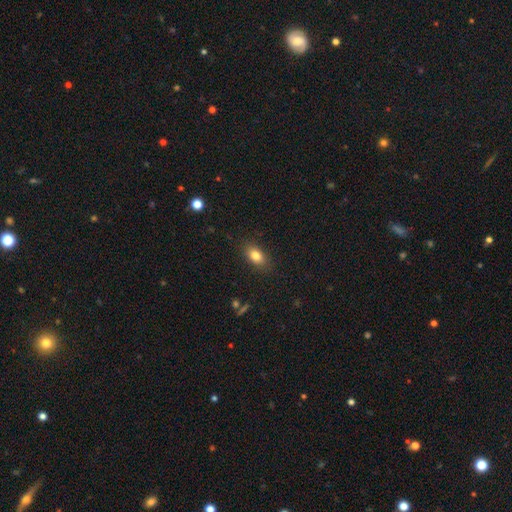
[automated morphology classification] smooth-or-featured: smooth: 82% | star or artifact: 9% | featured or disk: 9%
  how-rounded: in between: 84% | round: 12% | cigar-shaped: 4%
  merging: none: 86% | minor disturbance: 11% | major disturbance: 3% | merger: 1%